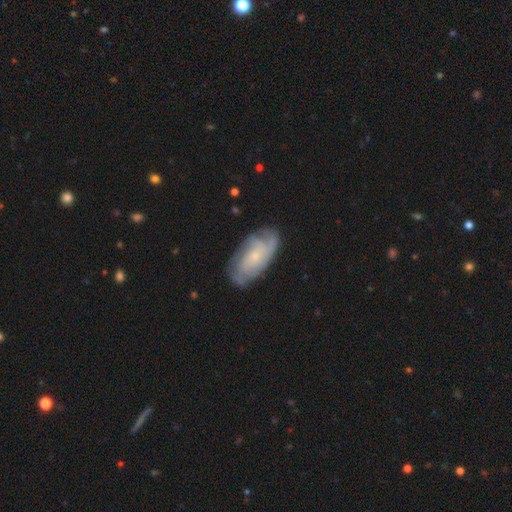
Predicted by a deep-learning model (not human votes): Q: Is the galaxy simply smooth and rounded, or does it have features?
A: featured or disk — 69%.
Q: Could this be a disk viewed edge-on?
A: no — 93%.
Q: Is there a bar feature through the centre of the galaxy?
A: no — 72%.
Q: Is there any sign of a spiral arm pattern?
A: yes — 91%.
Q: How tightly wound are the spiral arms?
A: tight — 53%.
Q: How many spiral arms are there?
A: can't tell — 43%.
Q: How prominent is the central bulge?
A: small — 70%.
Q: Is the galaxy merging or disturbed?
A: none — 74%.